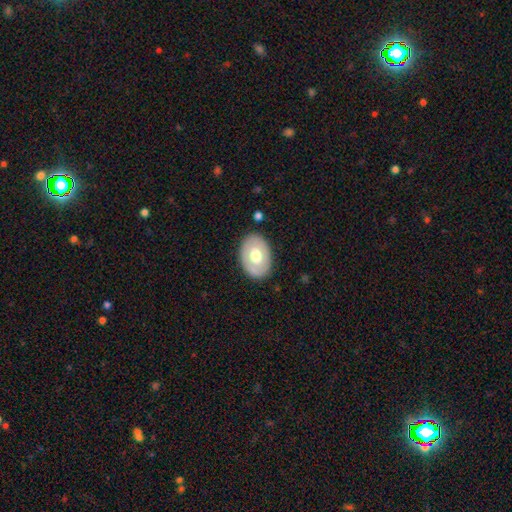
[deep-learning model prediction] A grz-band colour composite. It shows a smooth galaxy with no disk features (54%) that is in between round and cigar-shaped (82%). Merging: none (85%).